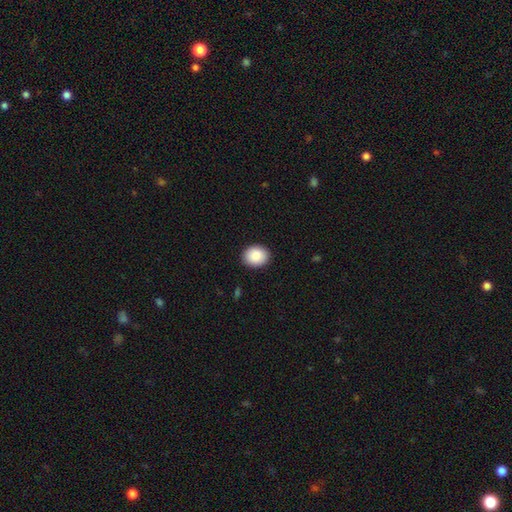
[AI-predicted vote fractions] Smooth or featured? smooth (89%)
How rounded? round (52%)
Merging? none (91%)